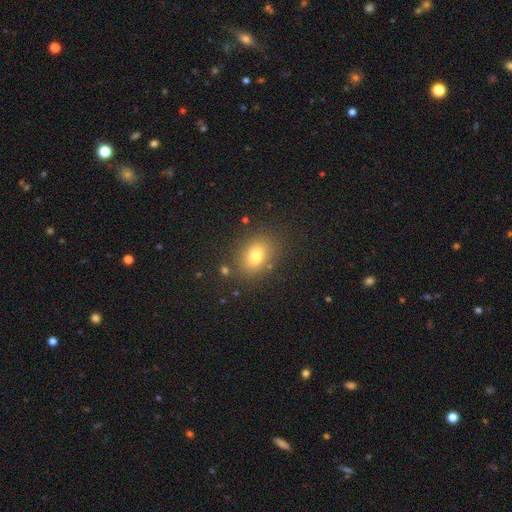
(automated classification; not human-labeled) Smooth or featured?
  - smooth: 77% *
  - star or artifact: 13%
  - featured or disk: 11%
How rounded?
  - in between: 69% *
  - round: 29%
  - cigar-shaped: 1%
Merging?
  - none: 83% *
  - minor disturbance: 10%
  - major disturbance: 4%
  - merger: 3%